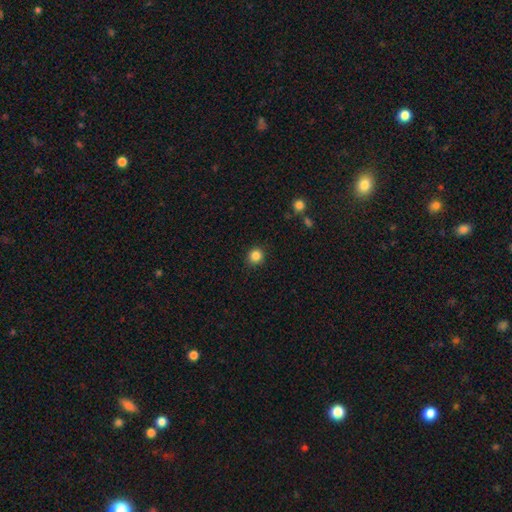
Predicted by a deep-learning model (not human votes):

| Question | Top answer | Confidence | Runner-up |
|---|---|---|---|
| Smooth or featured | smooth | 85% | star or artifact (11%) |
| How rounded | round | 91% | in between (8%) |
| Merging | none | 90% | minor disturbance (7%) |